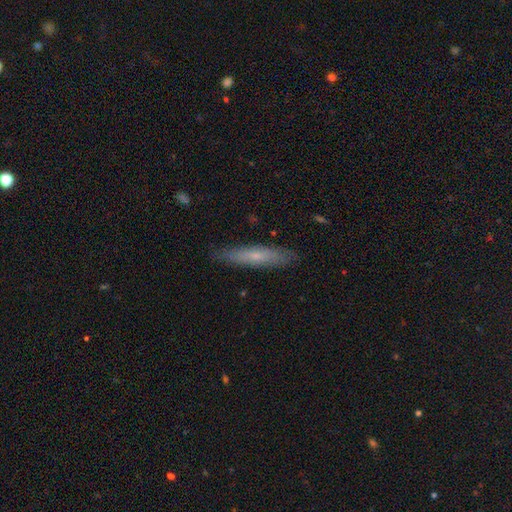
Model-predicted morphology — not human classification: Smooth or featured?
  - smooth: 56% *
  - featured or disk: 38%
  - star or artifact: 6%
How rounded?
  - cigar-shaped: 87% *
  - in between: 11%
  - round: 1%
Merging?
  - none: 85% *
  - minor disturbance: 12%
  - major disturbance: 2%
  - merger: 1%